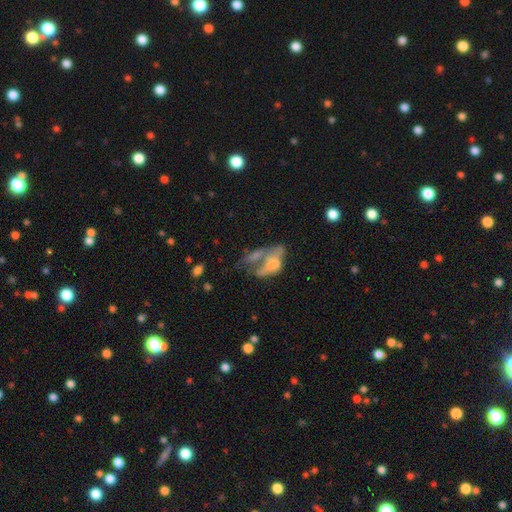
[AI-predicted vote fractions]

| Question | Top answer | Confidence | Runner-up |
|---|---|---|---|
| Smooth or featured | smooth | 44% | featured or disk (42%) |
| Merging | merger | 45% | major disturbance (23%) |